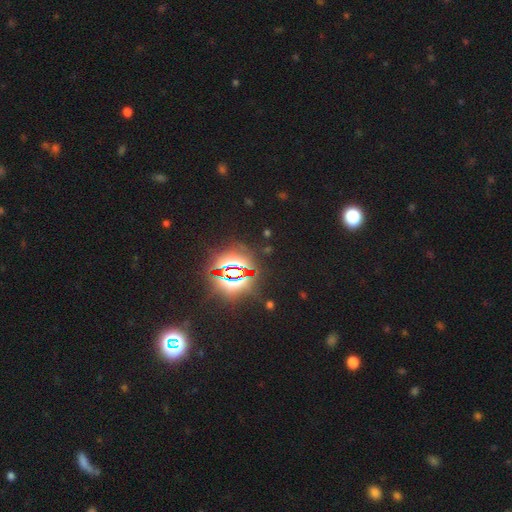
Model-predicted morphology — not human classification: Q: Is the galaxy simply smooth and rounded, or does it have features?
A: star or artifact — 85%.